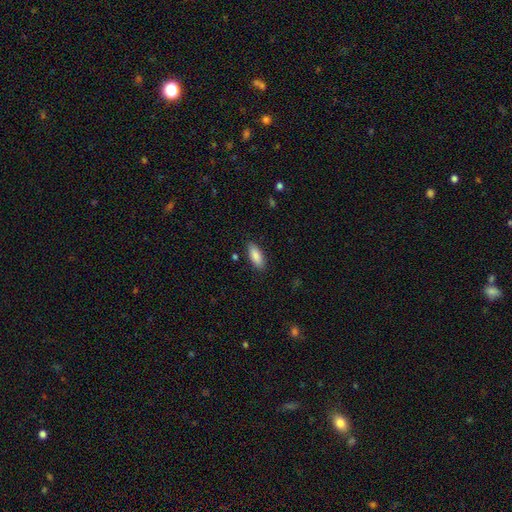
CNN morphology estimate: smooth 87%, featured or disk 6%, star or artifact 6%. Down the decision tree: how rounded — in between (83%); merging — none (86%).